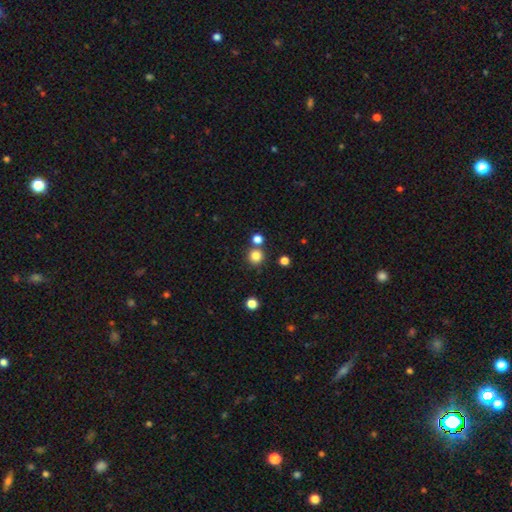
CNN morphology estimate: Overall: smooth (81%). How rounded: round (93%). Merging: none (76%).